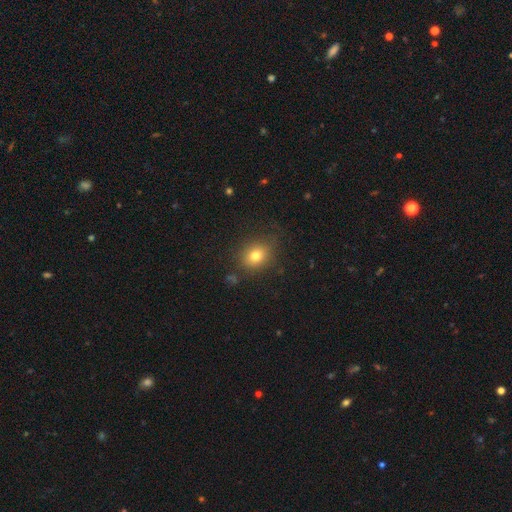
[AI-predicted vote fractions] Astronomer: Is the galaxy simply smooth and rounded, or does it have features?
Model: smooth — 77%.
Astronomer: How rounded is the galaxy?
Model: round — 59% (runner-up: in between, 40%).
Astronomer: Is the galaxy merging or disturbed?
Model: none — 78%.